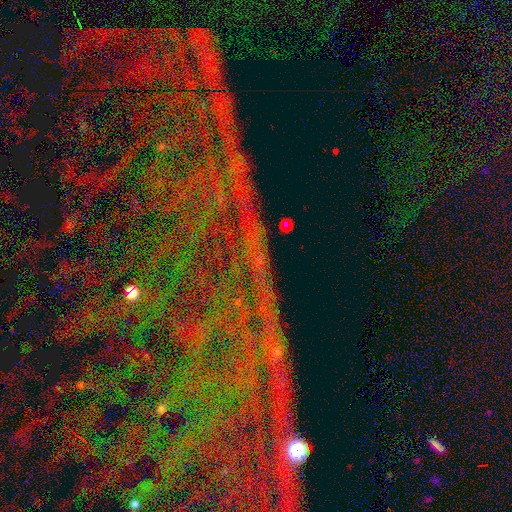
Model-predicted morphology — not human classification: This appears to be a star or artifact, not a galaxy (83%).